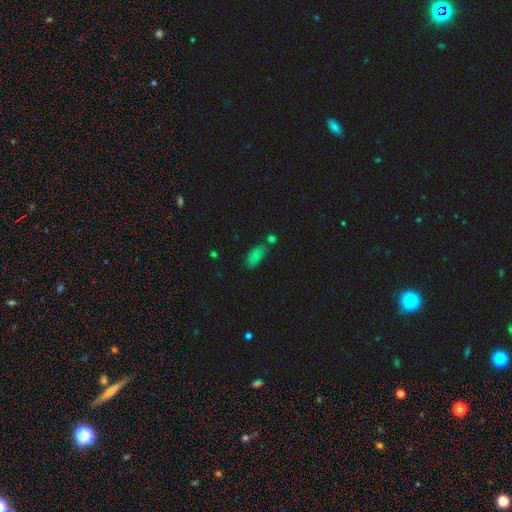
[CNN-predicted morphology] Smooth or featured?
  - smooth: 78% *
  - star or artifact: 14%
  - featured or disk: 8%
How rounded?
  - in between: 86% *
  - cigar-shaped: 11%
  - round: 3%
Merging?
  - none: 65% *
  - minor disturbance: 18%
  - merger: 12%
  - major disturbance: 5%